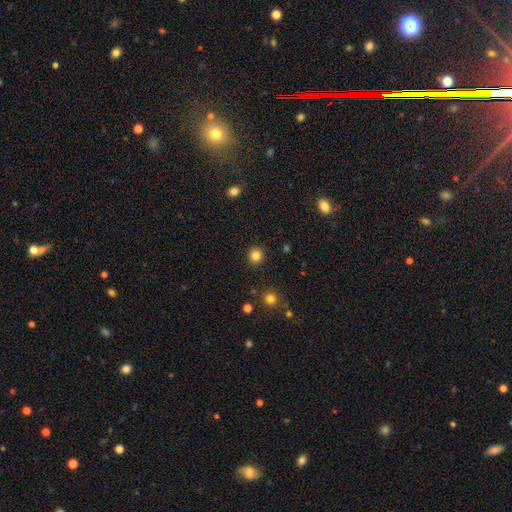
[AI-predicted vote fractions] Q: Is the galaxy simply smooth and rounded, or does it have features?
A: smooth — 84%.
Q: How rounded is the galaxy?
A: round — 93%.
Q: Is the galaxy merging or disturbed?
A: none — 92%.